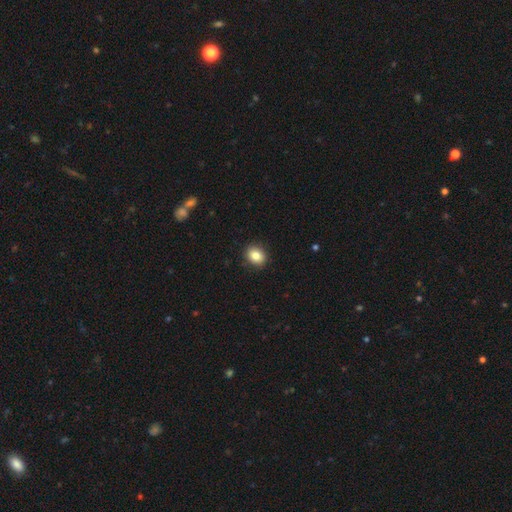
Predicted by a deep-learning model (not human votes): Overall: smooth (83%). How rounded: round (56%; in between 43%). Merging: none (90%).